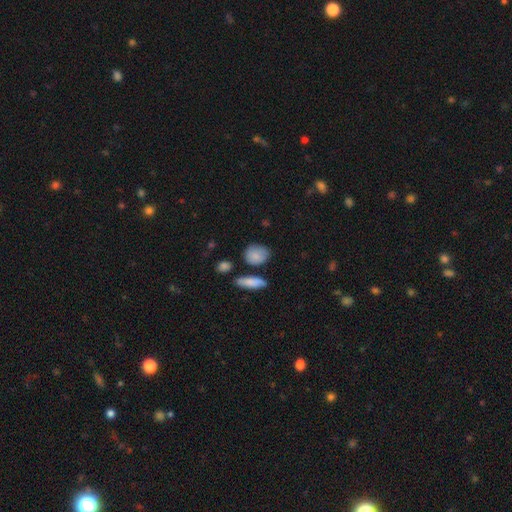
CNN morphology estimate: Overall: smooth (85%). How rounded: in between (58%; round 39%). Merging: none (69%).